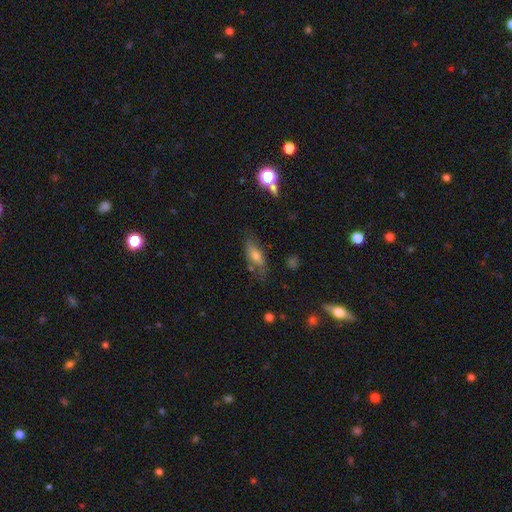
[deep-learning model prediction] smooth_or_featured: smooth (p=0.57) [alt: featured or disk p=0.33]
how_rounded: in between (p=0.70) [alt: cigar-shaped p=0.26]
merging: none (p=0.63) [alt: minor disturbance p=0.23]